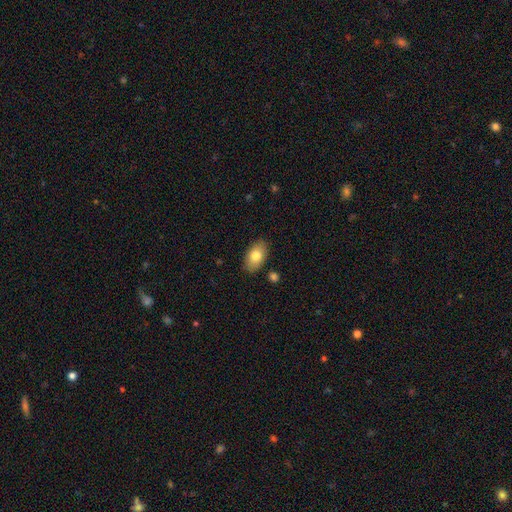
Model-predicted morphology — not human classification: The model was most divided on "smooth or featured": smooth: 79%, featured or disk: 14%, star or artifact: 7%. More confident: how rounded — in between (91%); merging — none (86%).